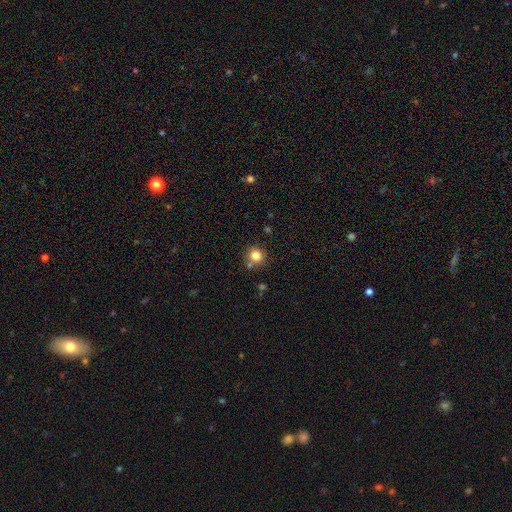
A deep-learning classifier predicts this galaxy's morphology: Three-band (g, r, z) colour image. It shows a smooth galaxy with no disk features (82%) that is round (90%). Merging: none (74%).